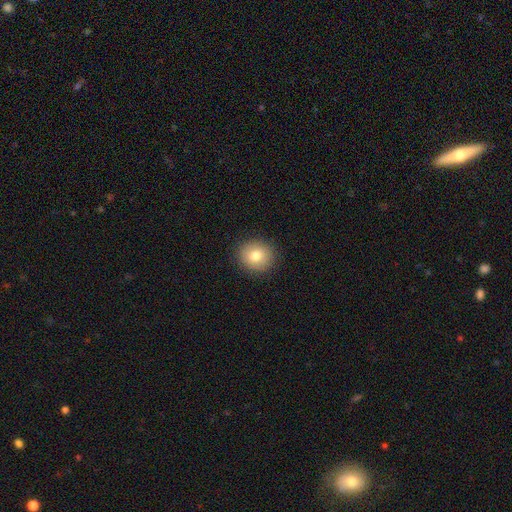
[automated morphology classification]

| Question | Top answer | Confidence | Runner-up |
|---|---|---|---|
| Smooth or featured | smooth | 79% | featured or disk (12%) |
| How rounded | round | 79% | in between (20%) |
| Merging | none | 89% | minor disturbance (7%) |